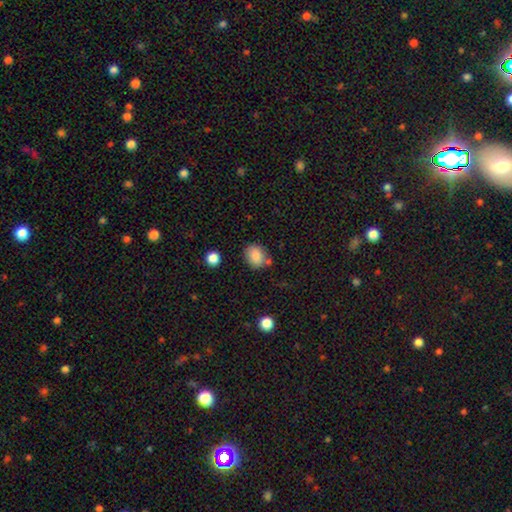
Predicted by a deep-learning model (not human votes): Smooth or featured? Predicted: smooth (p=0.85). How rounded? Predicted: in between (p=0.51). Merging? Predicted: none (p=0.72).